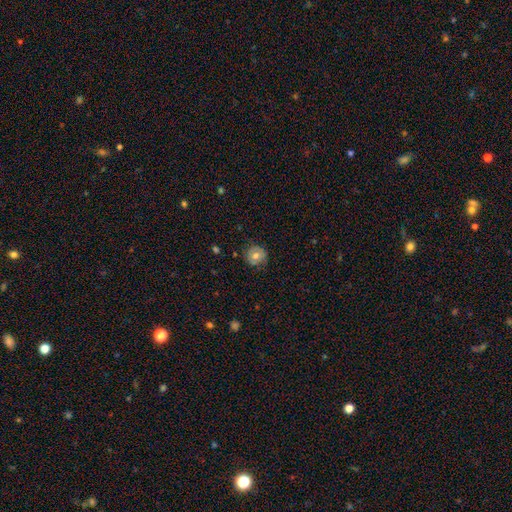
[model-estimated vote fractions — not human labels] smooth_or_featured: smooth (p=0.66) [alt: featured or disk p=0.25]
how_rounded: round (p=0.88) [alt: in between p=0.11]
merging: none (p=0.77) [alt: minor disturbance p=0.17]